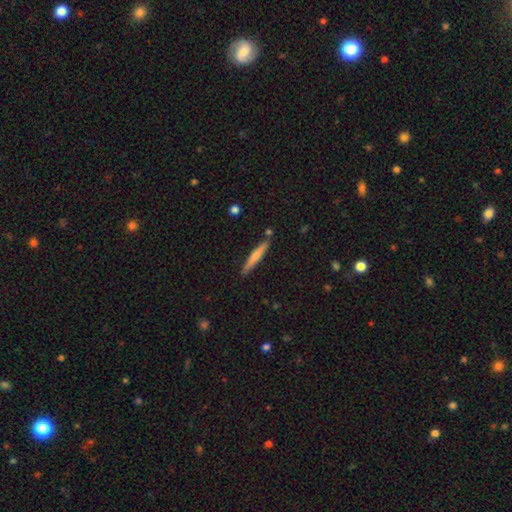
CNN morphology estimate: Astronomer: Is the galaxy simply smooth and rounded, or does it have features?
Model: smooth — 57% (runner-up: featured or disk, 37%).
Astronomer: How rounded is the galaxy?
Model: cigar-shaped — 94%.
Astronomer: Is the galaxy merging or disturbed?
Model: none — 85%.